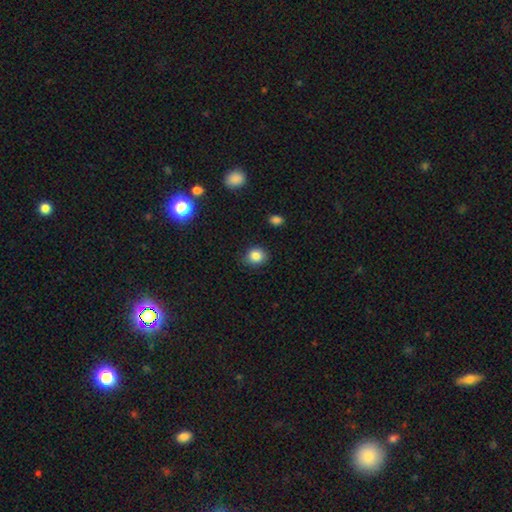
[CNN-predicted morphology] The model was most divided on "how rounded": round: 73%, in between: 26%, cigar-shaped: 1%. More confident: smooth or featured — smooth (84%); merging — none (82%).